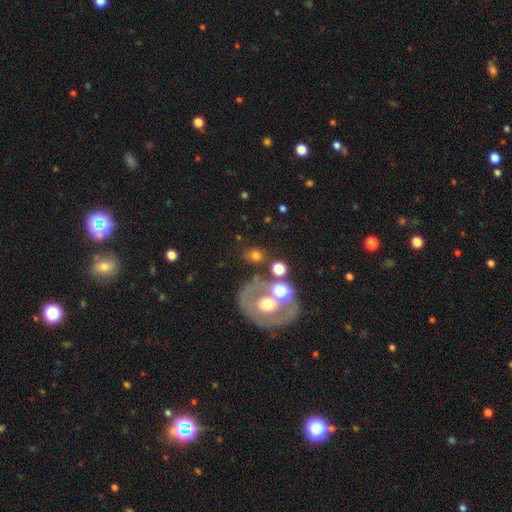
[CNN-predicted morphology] smooth_or_featured: smooth (p=0.65) [alt: featured or disk p=0.19]
how_rounded: round (p=0.66) [alt: in between p=0.33]
merging: none (p=0.67) [alt: merger p=0.14]